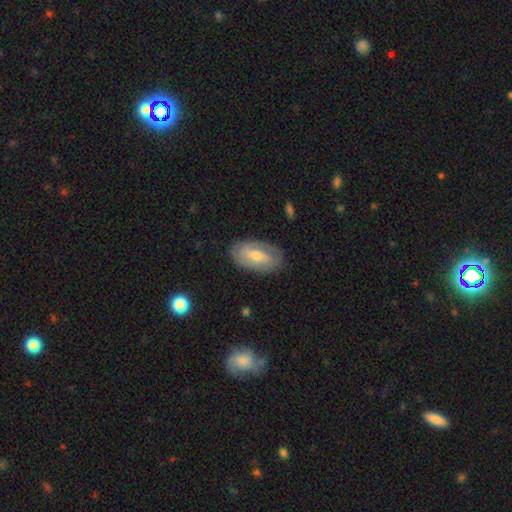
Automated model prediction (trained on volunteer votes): smooth_or_featured: featured or disk (p=0.47) [alt: smooth p=0.46]
merging: none (p=0.82) [alt: minor disturbance p=0.13]